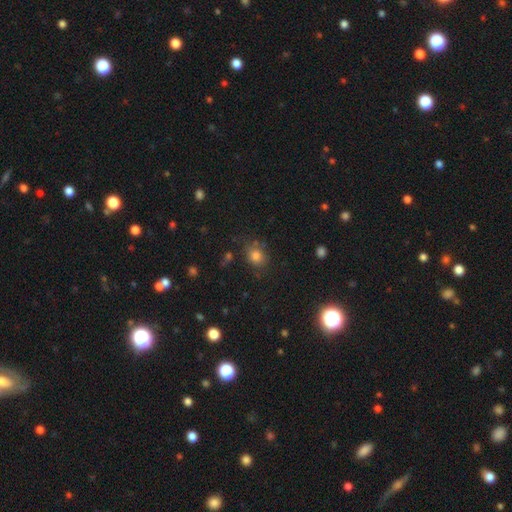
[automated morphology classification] A smooth galaxy with no disk features (79%) that is round (65%). Merging: none (75%).